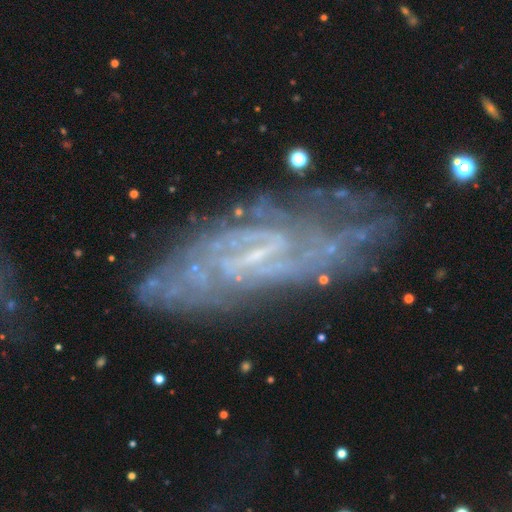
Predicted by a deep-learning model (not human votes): Morphology: type=featured or disk (84%); edge-on=no (89%); bar=weak (46%); spiral arms=yes (94%); winding=tight (58%); arm count=can't tell (39%); bulge=small (67%); merging=none (69%).